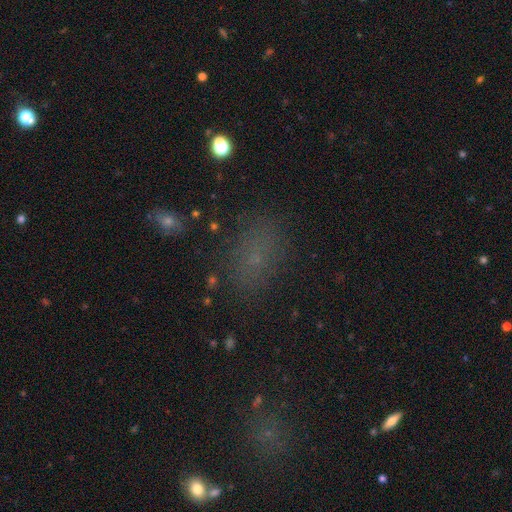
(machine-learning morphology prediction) smooth-or-featured: smooth: 60% | star or artifact: 31% | featured or disk: 9%
  how-rounded: in between: 78% | round: 19% | cigar-shaped: 3%
  merging: none: 78% | minor disturbance: 13% | major disturbance: 5% | merger: 3%